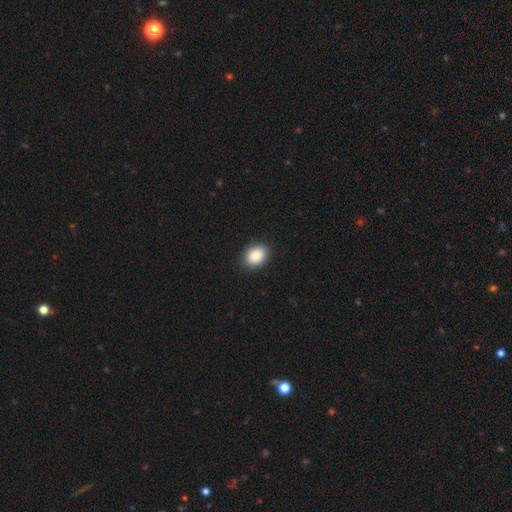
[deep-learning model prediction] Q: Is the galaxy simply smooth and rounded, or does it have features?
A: smooth — 88%.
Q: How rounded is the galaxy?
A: in between — 68%.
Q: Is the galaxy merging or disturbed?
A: none — 90%.